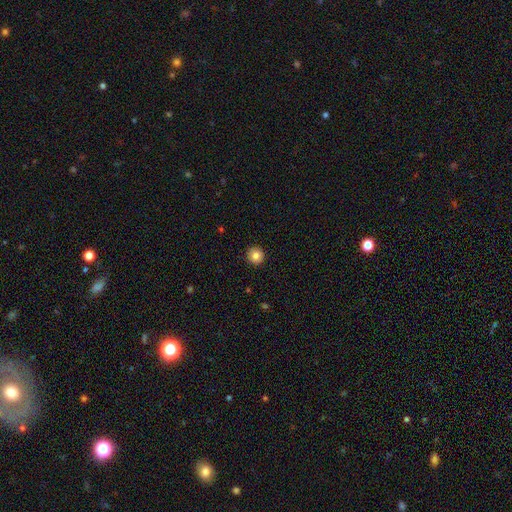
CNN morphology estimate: smooth_or_featured: smooth (p=0.84) [alt: star or artifact p=0.09]
how_rounded: round (p=0.95) [alt: in between p=0.04]
merging: none (p=0.93) [alt: minor disturbance p=0.05]